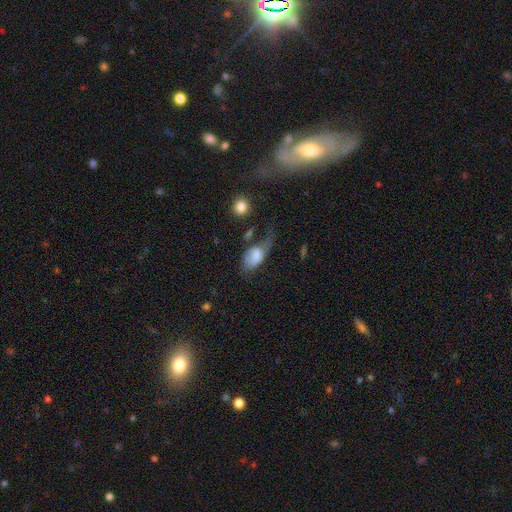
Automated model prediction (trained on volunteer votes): This is likely a smooth galaxy (69%). How rounded: clearly in between (91%). Merging: possibly major disturbance (45%).